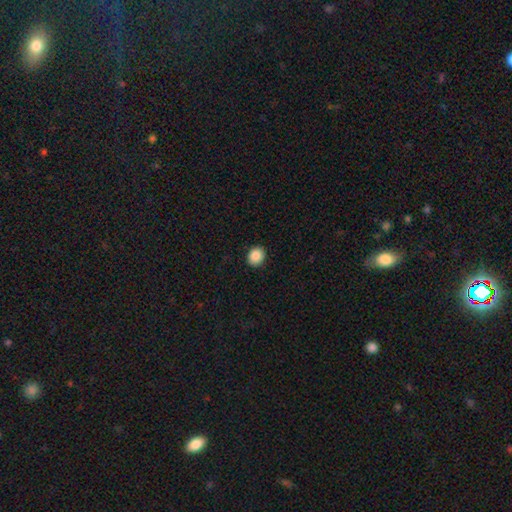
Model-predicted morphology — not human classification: smooth 87%, star or artifact 9%, featured or disk 4%. Down the decision tree: how rounded — round (69%); merging — none (91%).